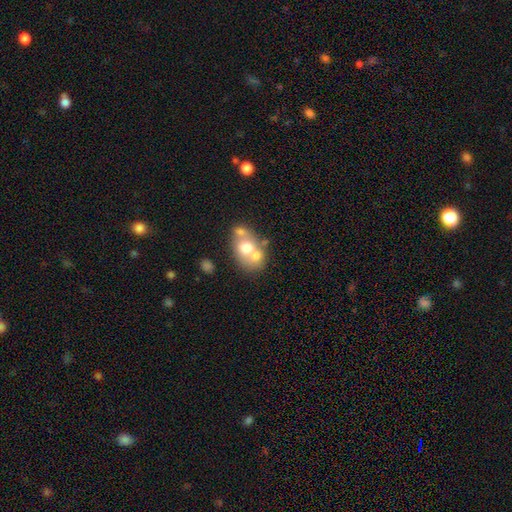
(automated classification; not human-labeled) A smooth galaxy with no disk features (60%) that is in between round and cigar-shaped (60%). Merging: merger (48%).